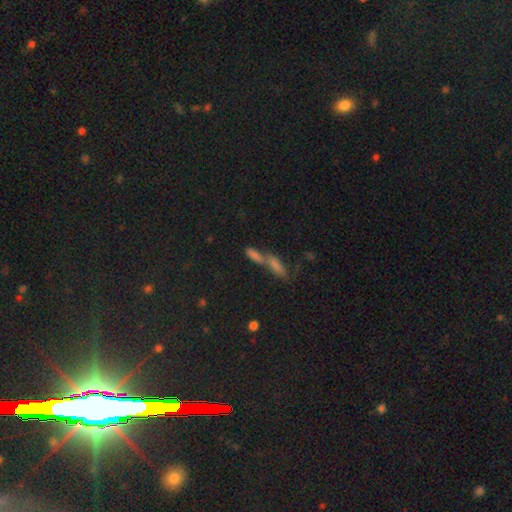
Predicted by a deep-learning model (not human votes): This is possibly a smooth galaxy (53%). How rounded: possibly cigar-shaped (54%). Merging: possibly merger (60%).